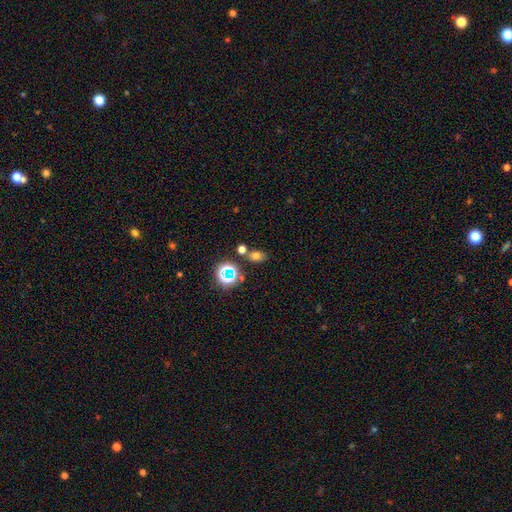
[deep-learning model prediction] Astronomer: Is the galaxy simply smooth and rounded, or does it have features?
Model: smooth — 66%.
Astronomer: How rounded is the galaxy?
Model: in between — 74%.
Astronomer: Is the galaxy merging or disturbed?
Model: none — 71%.